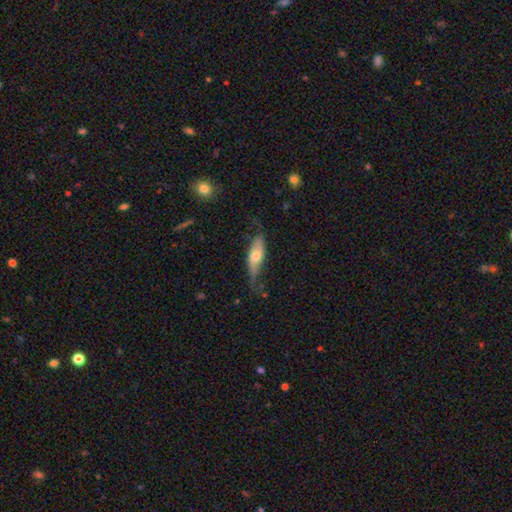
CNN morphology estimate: Q: Smooth or featured?
A: featured or disk (51%); runner-up: smooth (43%)
Q: Edge-on disk?
A: no (63%); runner-up: yes (37%)
Q: Merging?
A: none (52%); runner-up: minor disturbance (31%)